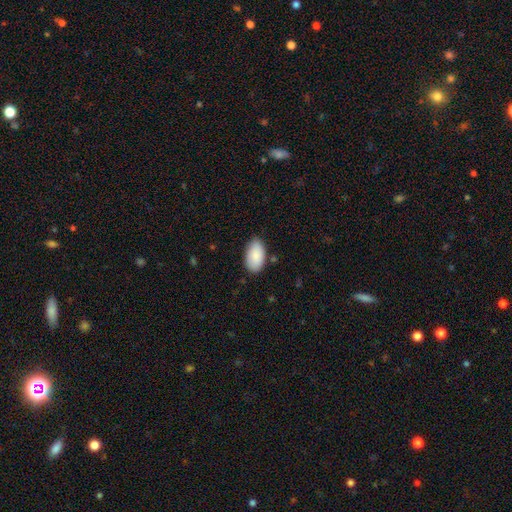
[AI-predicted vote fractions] smooth-or-featured: smooth: 88% | featured or disk: 6% | star or artifact: 6%
  how-rounded: in between: 96% | round: 3% | cigar-shaped: 1%
  merging: none: 78% | minor disturbance: 18% | major disturbance: 3% | merger: 2%